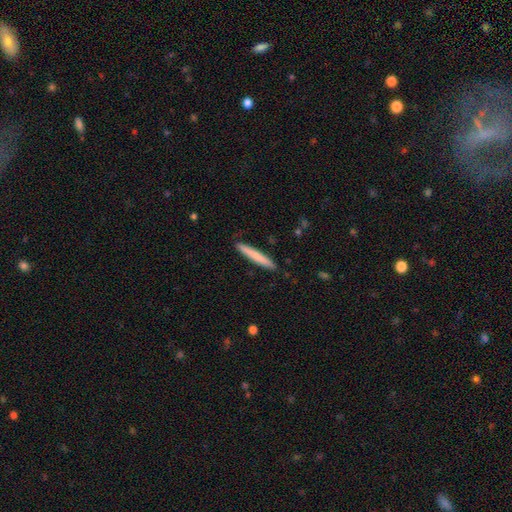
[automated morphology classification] type=smooth (75%); roundness=cigar-shaped (96%); merging=none (91%).